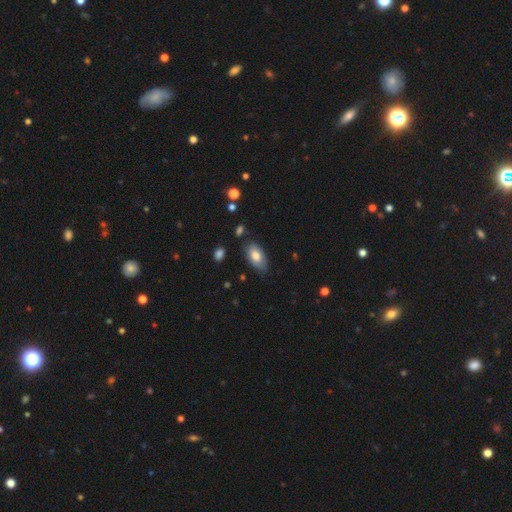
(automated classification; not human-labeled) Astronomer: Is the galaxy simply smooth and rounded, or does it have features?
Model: smooth — 76%.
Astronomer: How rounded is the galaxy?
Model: in between — 94%.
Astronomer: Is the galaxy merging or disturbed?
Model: none — 74%.